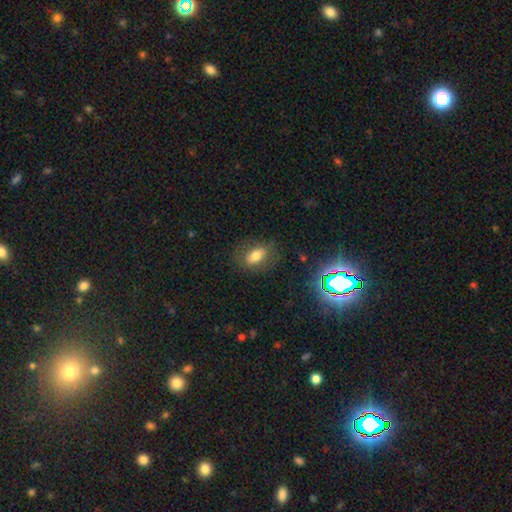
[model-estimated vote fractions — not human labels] Smooth or featured?
  - smooth: 70% *
  - featured or disk: 18%
  - star or artifact: 12%
How rounded?
  - in between: 86% *
  - round: 9%
  - cigar-shaped: 5%
Merging?
  - none: 75% *
  - minor disturbance: 16%
  - major disturbance: 8%
  - merger: 1%